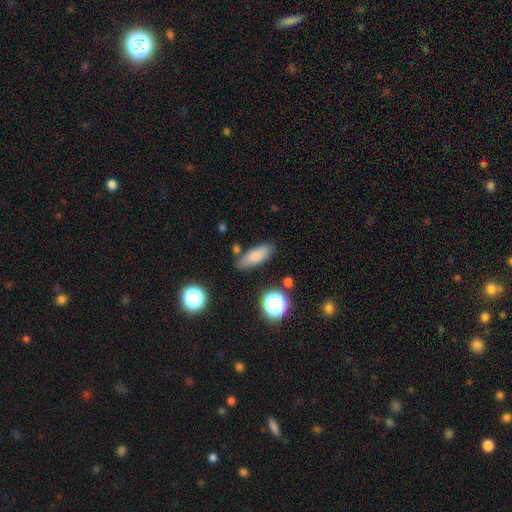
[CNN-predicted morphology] smooth 78%, featured or disk 13%, star or artifact 10%. Down the decision tree: how rounded — in between (64%); merging — none (75%).